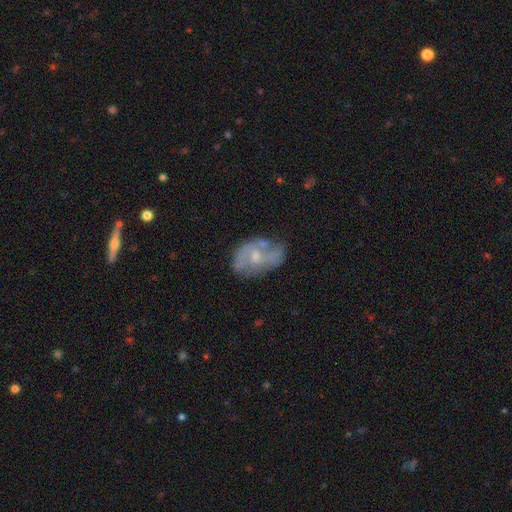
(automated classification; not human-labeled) smooth_or_featured: featured or disk (p=0.68) [alt: smooth p=0.24]
disk_edge_on: no (p=0.96) [alt: yes p=0.04]
bar: no (p=0.61) [alt: weak p=0.32]
has_spiral_arms: yes (p=0.67) [alt: no p=0.33]
bulge_size: small (p=0.53) [alt: moderate p=0.39]
merging: none (p=0.51) [alt: minor disturbance p=0.27]